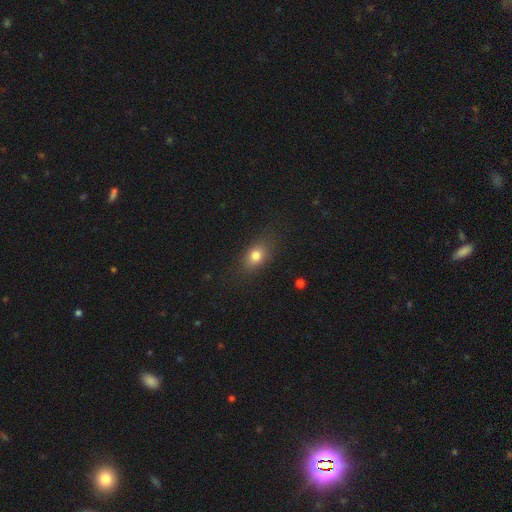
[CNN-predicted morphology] A smooth galaxy with no disk features (79%) that is in between round and cigar-shaped (70%).

Vote fractions:
- Smooth or featured? smooth: 79% / star or artifact: 11% / featured or disk: 10%
- How rounded? in between: 70% / round: 26% / cigar-shaped: 4%
- Merging? none: 78% / minor disturbance: 16% / major disturbance: 5% / merger: 1%